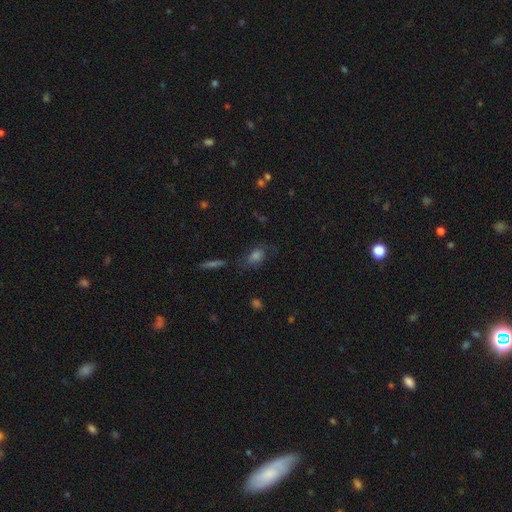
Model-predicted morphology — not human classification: A smooth galaxy with no disk features (52%) that is in between round and cigar-shaped (71%). Merging: none (66%).